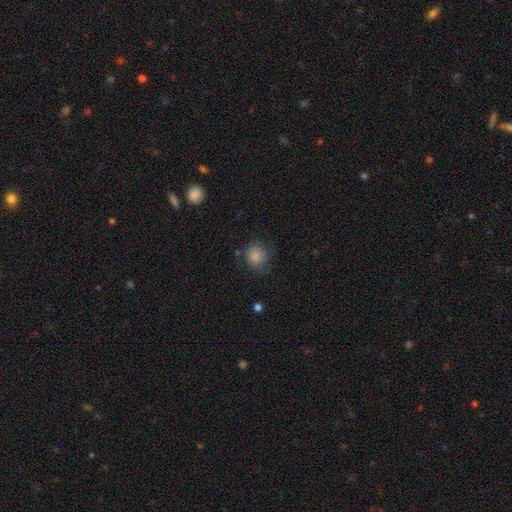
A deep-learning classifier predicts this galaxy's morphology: smooth-or-featured: smooth: 84% | star or artifact: 9% | featured or disk: 7%
  how-rounded: round: 82% | in between: 17% | cigar-shaped: 1%
  merging: none: 65% | minor disturbance: 23% | major disturbance: 9% | merger: 3%